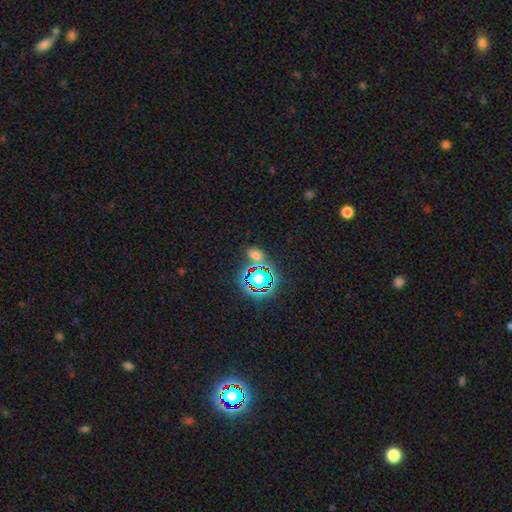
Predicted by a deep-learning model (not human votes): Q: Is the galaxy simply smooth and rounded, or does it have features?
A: smooth — 48%.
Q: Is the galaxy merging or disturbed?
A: none — 68%.